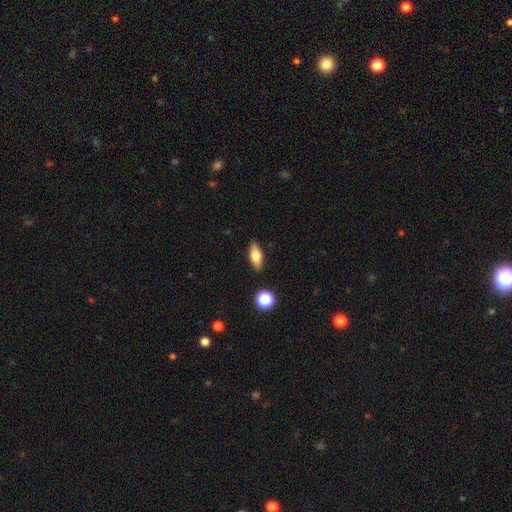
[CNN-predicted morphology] Overall: smooth (70%). How rounded: in between (76%). Merging: none (87%).